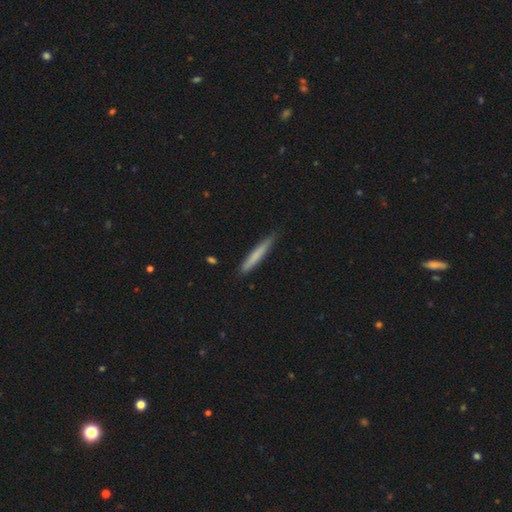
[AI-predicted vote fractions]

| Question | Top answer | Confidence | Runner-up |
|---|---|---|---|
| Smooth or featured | smooth | 71% | featured or disk (23%) |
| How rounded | cigar-shaped | 95% | in between (3%) |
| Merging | none | 84% | minor disturbance (13%) |